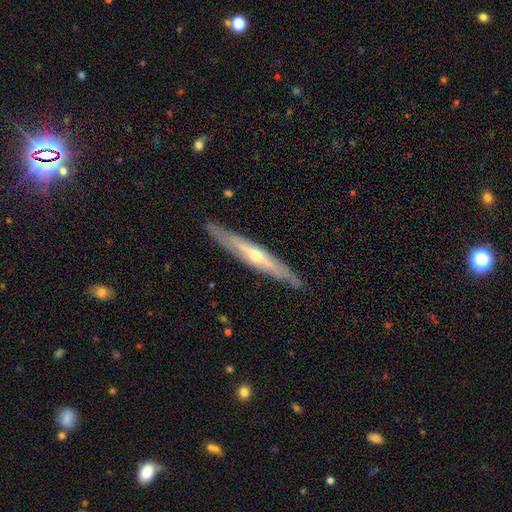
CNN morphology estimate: Overall: featured or disk (72%). Edge-on disk: yes (83%). Edge-on bulge: rounded (79%). Merging: none (86%).